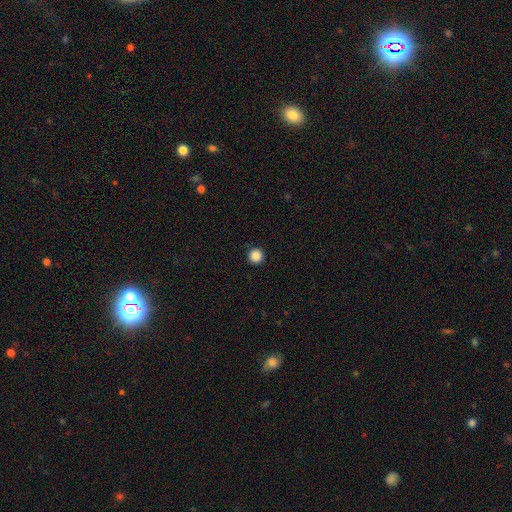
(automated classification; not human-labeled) A smooth galaxy with no disk features (87%) that is round (96%). Merging: none (93%).